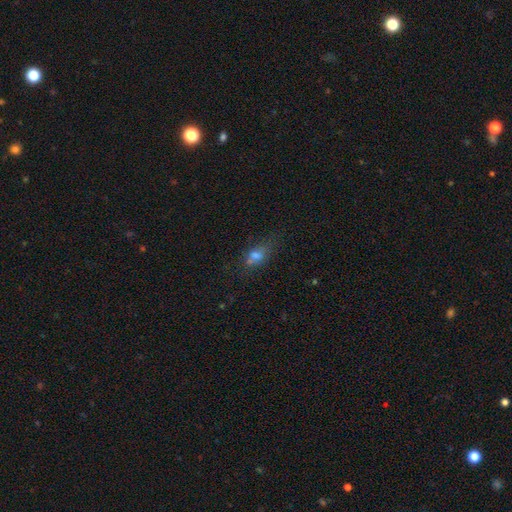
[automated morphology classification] Overall: smooth (63%). How rounded: in between (65%). Merging: none (54%; minor disturbance 20%).